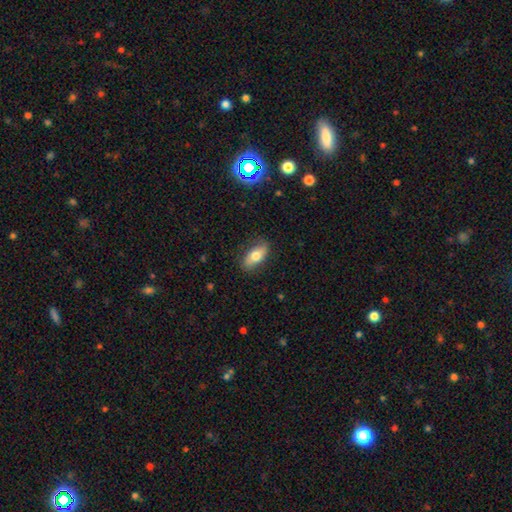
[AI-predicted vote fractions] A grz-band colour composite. It shows a smooth galaxy with no disk features (67%) that is in between round and cigar-shaped (81%). Merging: none (81%).